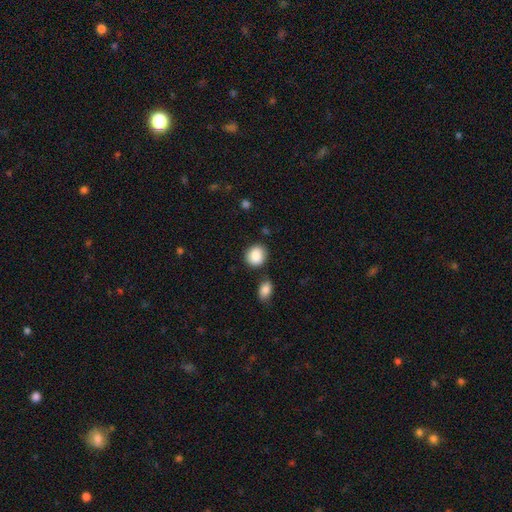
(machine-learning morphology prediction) smooth_or_featured: smooth (p=0.88) [alt: star or artifact p=0.07]
how_rounded: round (p=0.76) [alt: in between p=0.23]
merging: none (p=0.79) [alt: minor disturbance p=0.11]